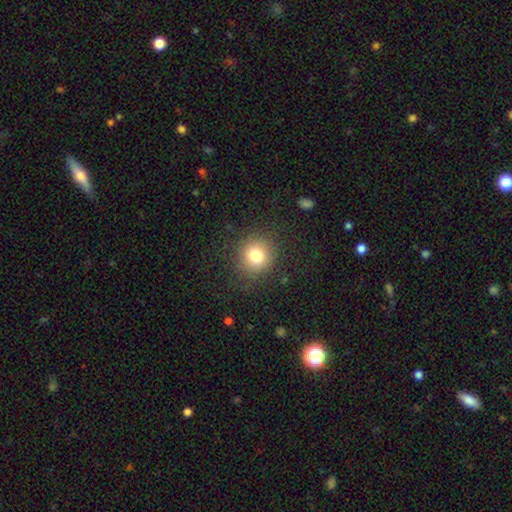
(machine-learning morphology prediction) A smooth galaxy with no disk features (79%) that is round (89%). Merging: none (85%).